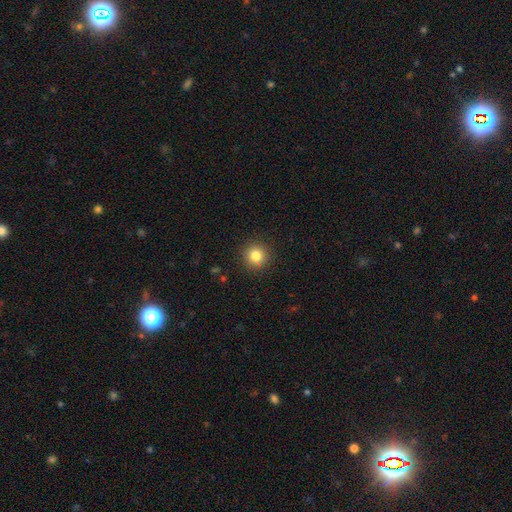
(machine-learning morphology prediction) smooth-or-featured: smooth: 83% | star or artifact: 11% | featured or disk: 6%
  how-rounded: round: 93% | in between: 6% | cigar-shaped: 1%
  merging: none: 91% | minor disturbance: 6% | major disturbance: 2% | merger: 1%